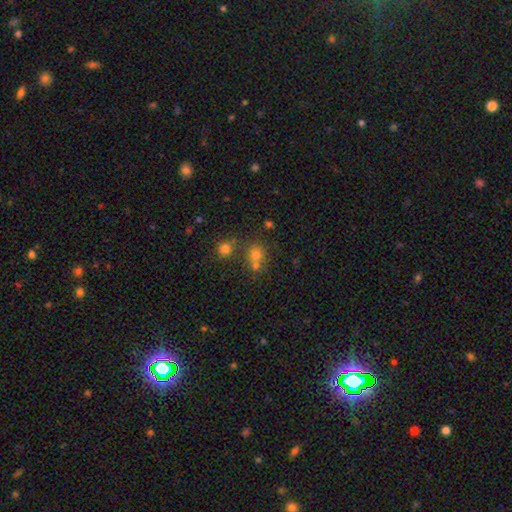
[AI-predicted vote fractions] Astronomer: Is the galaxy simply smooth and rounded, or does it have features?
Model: smooth — 70%.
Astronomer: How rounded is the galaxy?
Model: round — 77%.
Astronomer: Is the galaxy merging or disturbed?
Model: none — 48% (runner-up: merger, 37%).